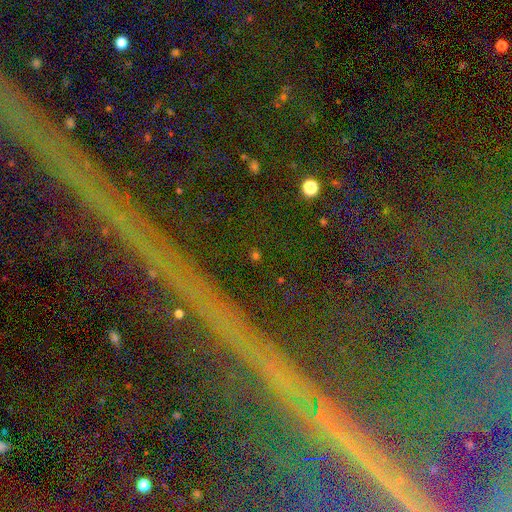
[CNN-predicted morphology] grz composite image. It shows a star or artifact, not a galaxy (63%).